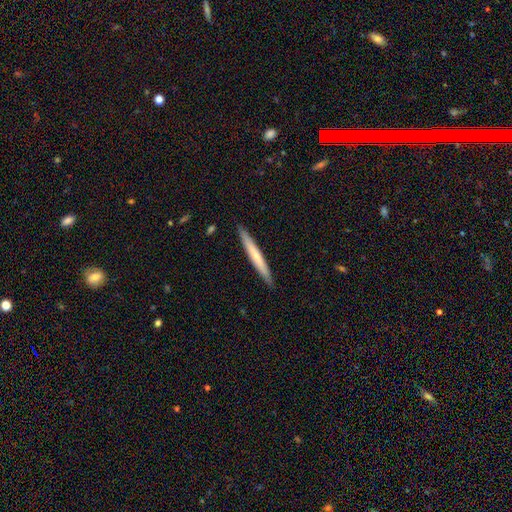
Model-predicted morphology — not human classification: A smooth galaxy with no disk features (56%) that is cigar-shaped (97%).

Vote fractions:
- Smooth or featured? smooth: 56% / featured or disk: 39% / star or artifact: 5%
- How rounded? cigar-shaped: 97% / in between: 2% / round: 1%
- Merging? none: 91% / minor disturbance: 6% / major disturbance: 1% / merger: 1%